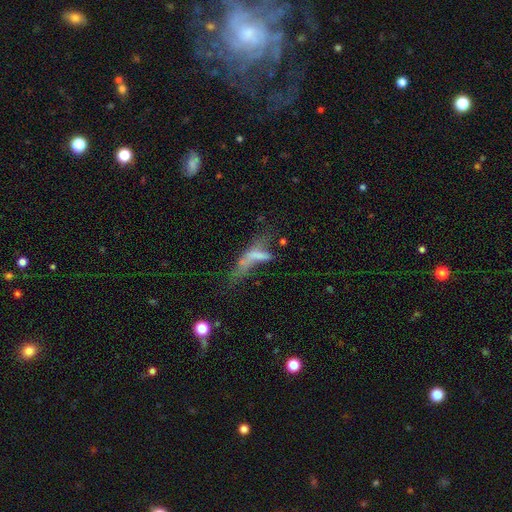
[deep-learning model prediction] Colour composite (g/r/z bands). It shows a smooth galaxy with no disk features (45%). Merging: major disturbance (44%).